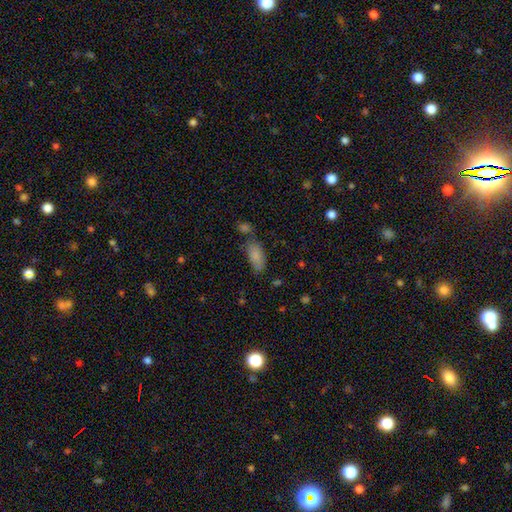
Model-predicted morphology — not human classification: smooth-or-featured: smooth: 84% | featured or disk: 8% | star or artifact: 8%
  how-rounded: in between: 90% | cigar-shaped: 7% | round: 3%
  merging: none: 57% | minor disturbance: 21% | merger: 16% | major disturbance: 7%